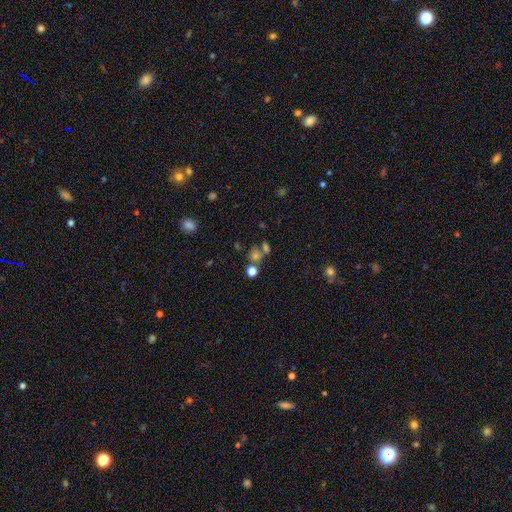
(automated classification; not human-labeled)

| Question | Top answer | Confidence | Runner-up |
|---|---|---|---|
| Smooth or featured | smooth | 58% | star or artifact (29%) |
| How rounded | round | 73% | in between (25%) |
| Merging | none | 48% | merger (36%) |